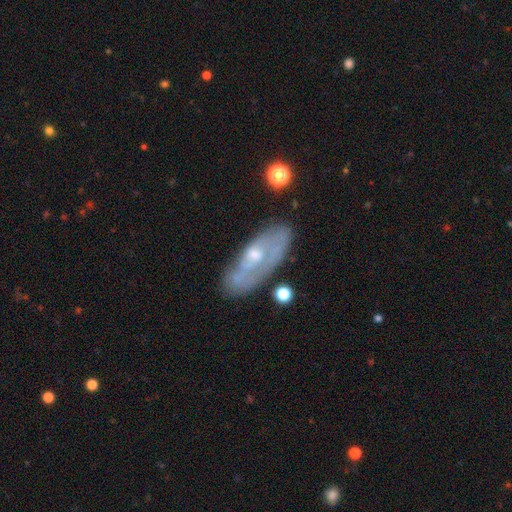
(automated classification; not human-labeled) This is likely a featured or disk galaxy (62%). It is clearly not viewed edge-on (81%). Merging: likely none (64%).